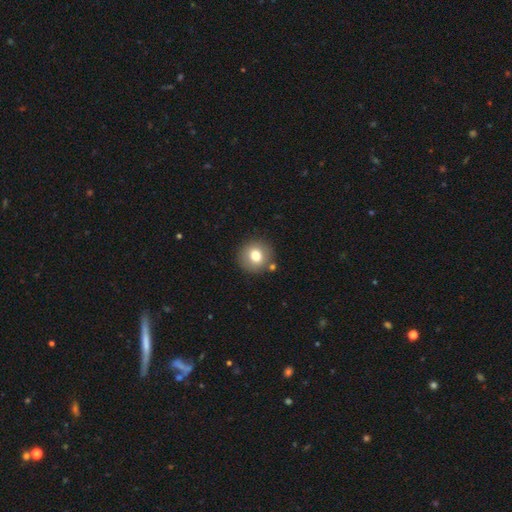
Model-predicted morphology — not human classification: Smooth or featured? smooth (77%)
How rounded? round (91%)
Merging? none (84%)